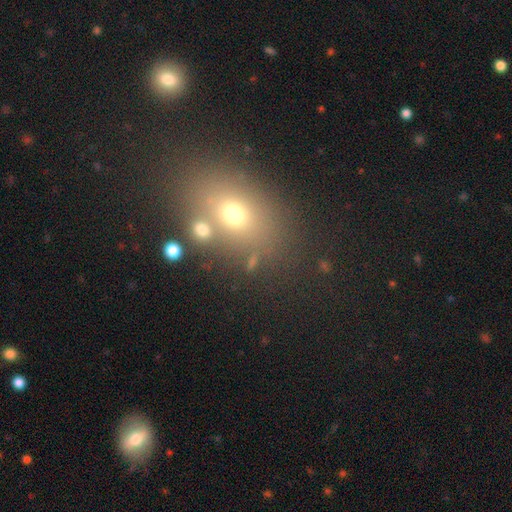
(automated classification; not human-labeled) Smooth or featured? Predicted: smooth (p=0.62). How rounded? Predicted: in between (p=0.60). Merging? Predicted: none (p=0.68).